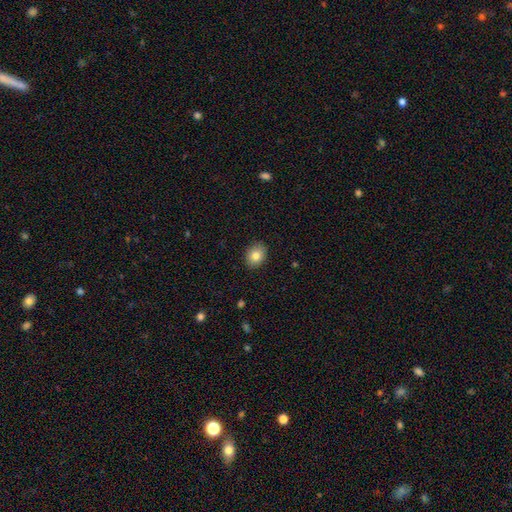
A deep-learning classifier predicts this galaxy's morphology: smooth 83%, star or artifact 9%, featured or disk 8%. Down the decision tree: how rounded — in between (57%); merging — none (88%).